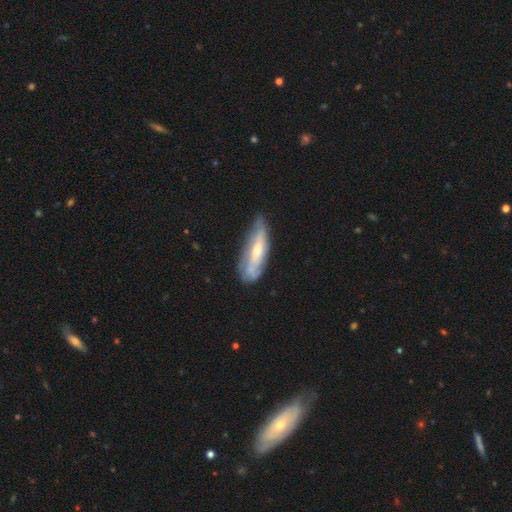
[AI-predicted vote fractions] featured or disk 57%, smooth 34%, star or artifact 9%. Down the decision tree: edge-on disk — no (57%); merging — none (65%).